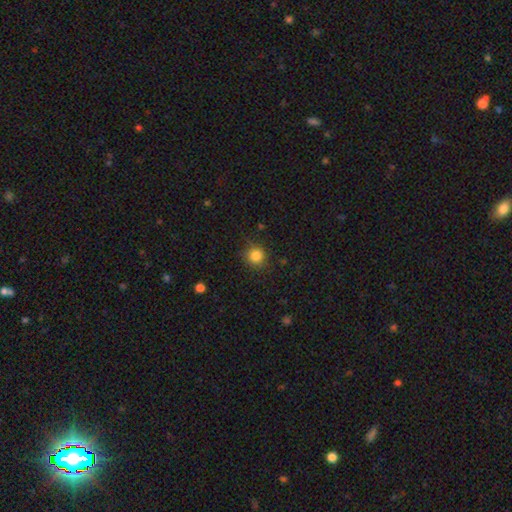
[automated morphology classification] smooth_or_featured: smooth (p=0.84) [alt: star or artifact p=0.12]
how_rounded: round (p=0.92) [alt: in between p=0.07]
merging: none (p=0.87) [alt: minor disturbance p=0.09]